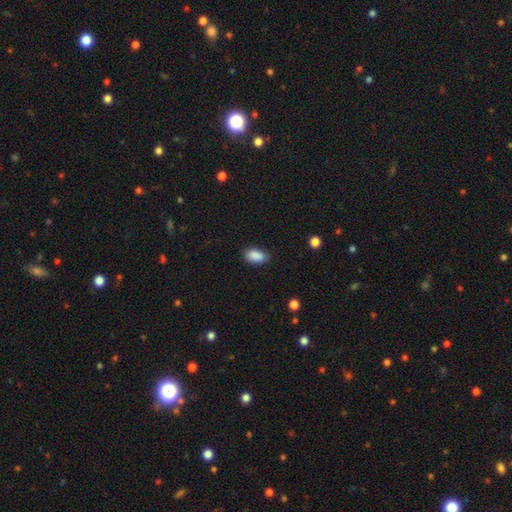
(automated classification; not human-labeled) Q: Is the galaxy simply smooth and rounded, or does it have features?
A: smooth — 90%.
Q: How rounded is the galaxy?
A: in between — 92%.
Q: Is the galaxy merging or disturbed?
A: none — 85%.